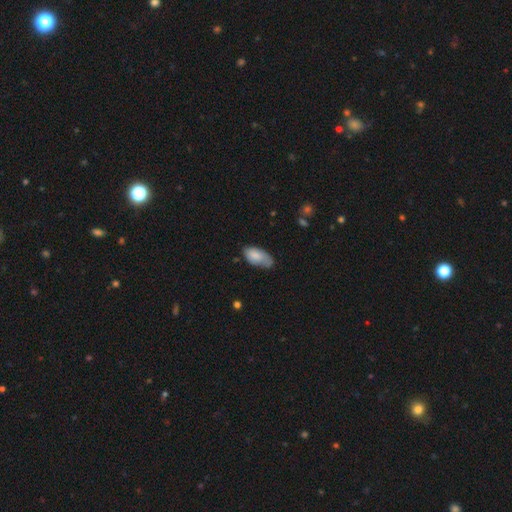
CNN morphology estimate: smooth 80%, featured or disk 13%, star or artifact 6%. Down the decision tree: how rounded — in between (93%); merging — none (53%).